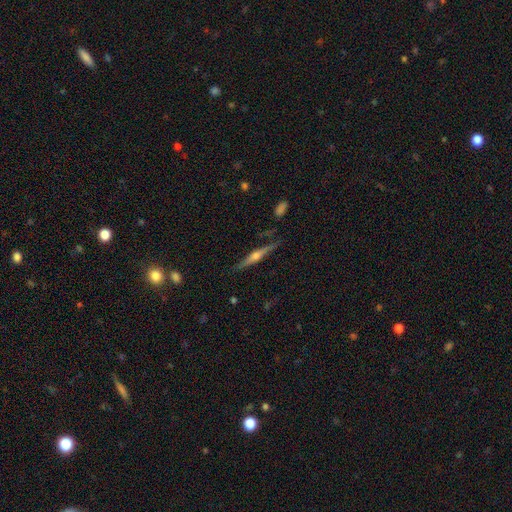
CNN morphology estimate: Smooth or featured? featured or disk (77%)
Edge-on disk? yes (98%)
Edge-on bulge? rounded (92%)
Merging? none (84%)